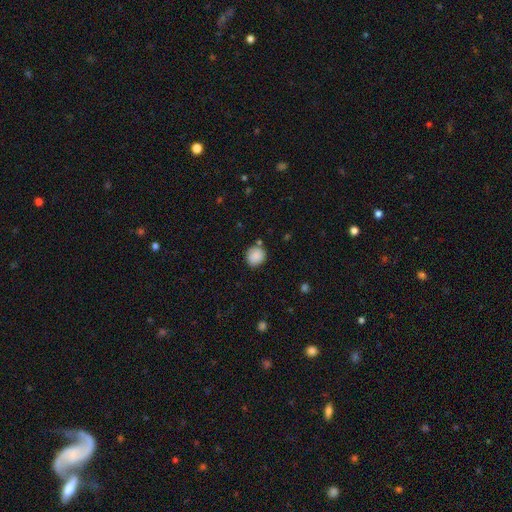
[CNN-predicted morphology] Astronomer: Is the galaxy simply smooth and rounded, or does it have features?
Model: smooth — 88%.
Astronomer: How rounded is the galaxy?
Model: round — 84%.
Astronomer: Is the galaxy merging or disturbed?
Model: none — 79%.